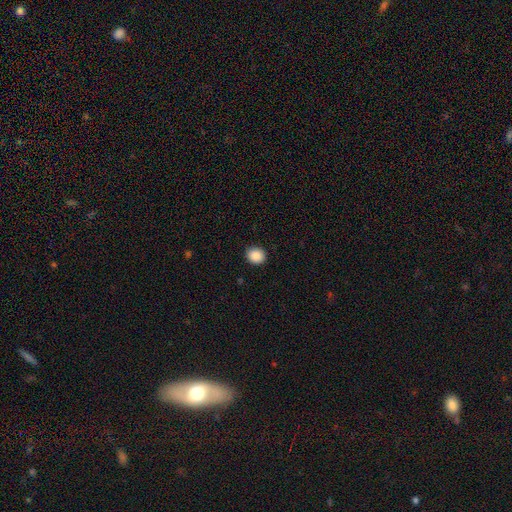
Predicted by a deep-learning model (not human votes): The model was most divided on "how rounded": round: 75%, in between: 25%, cigar-shaped: 1%. More confident: merging — none (91%); smooth or featured — smooth (88%).